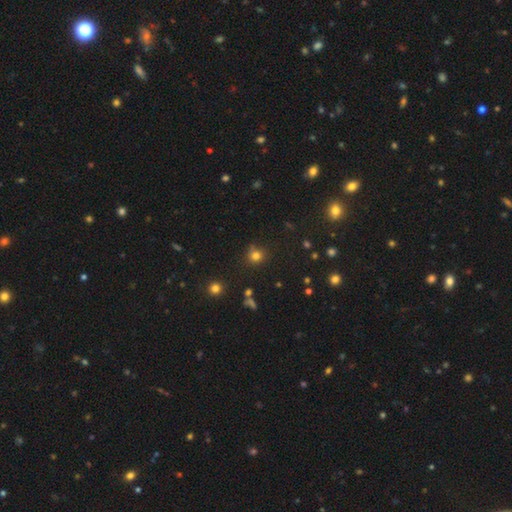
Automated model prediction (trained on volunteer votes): Smooth or featured?
  - smooth: 76% *
  - star or artifact: 19%
  - featured or disk: 6%
How rounded?
  - round: 89% *
  - in between: 10%
  - cigar-shaped: 1%
Merging?
  - none: 75% *
  - minor disturbance: 14%
  - merger: 6%
  - major disturbance: 5%